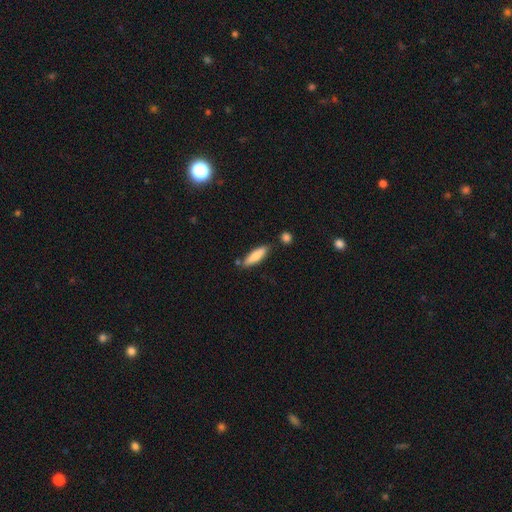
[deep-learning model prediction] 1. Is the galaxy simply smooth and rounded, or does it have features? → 80% smooth, 15% featured or disk, 6% star or artifact.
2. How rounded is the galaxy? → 63% cigar-shaped, 35% in between, 2% round.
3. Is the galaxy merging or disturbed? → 76% none, 14% minor disturbance, 7% merger, 3% major disturbance.